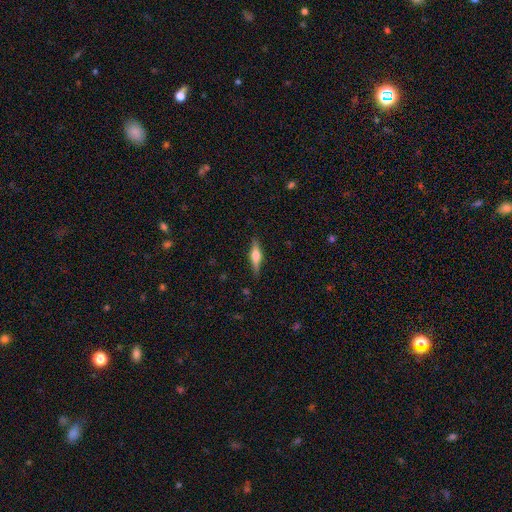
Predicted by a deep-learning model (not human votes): Smooth or featured? featured or disk (60%)
Edge-on disk? yes (96%)
Edge-on bulge? rounded (90%)
Merging? none (87%)